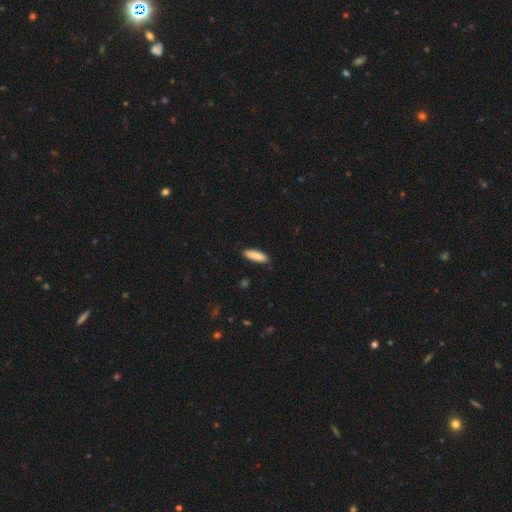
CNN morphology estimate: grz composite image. It shows a smooth galaxy with no disk features (87%) that is cigar-shaped (51%). Merging: none (89%).